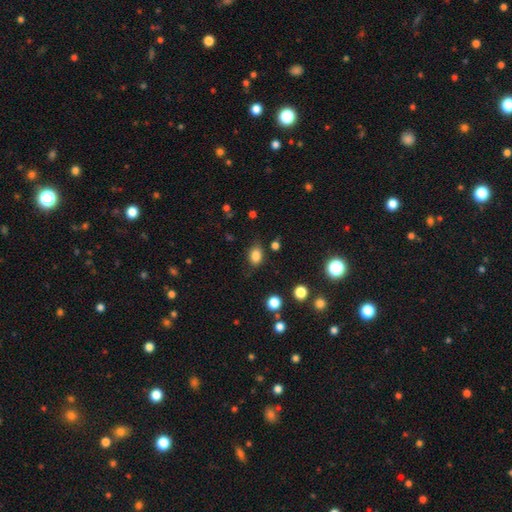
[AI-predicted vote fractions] A smooth galaxy with no disk features (83%) that is in between round and cigar-shaped (76%). Merging: none (79%).